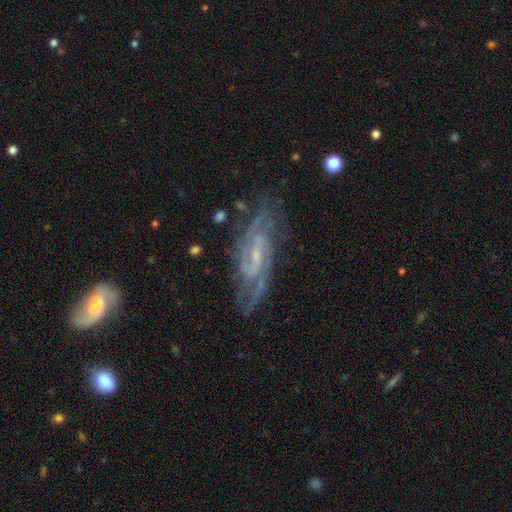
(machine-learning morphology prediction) featured or disk 87%, star or artifact 7%, smooth 7%. Down the decision tree: edge-on disk — no (92%); bar — weak (51%); spiral arms — yes (96%); spiral arm count — 2 (49%); spiral winding — medium (45%); bulge size — small (72%); merging — none (73%).